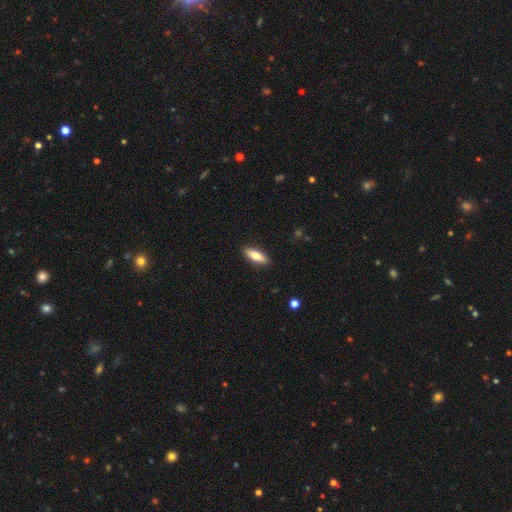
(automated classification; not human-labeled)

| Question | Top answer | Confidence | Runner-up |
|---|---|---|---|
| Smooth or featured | smooth | 69% | featured or disk (25%) |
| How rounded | in between | 58% | cigar-shaped (39%) |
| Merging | none | 89% | minor disturbance (8%) |